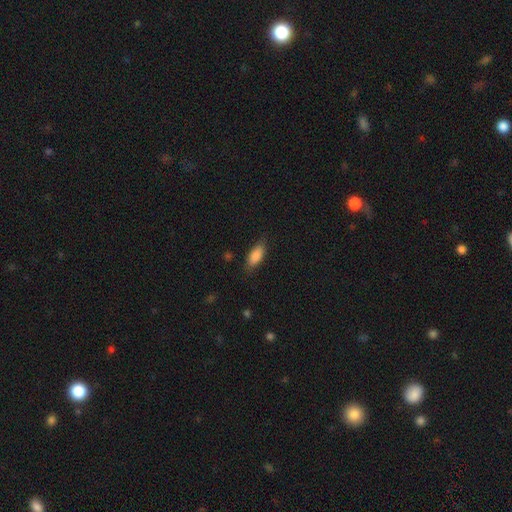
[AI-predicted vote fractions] A smooth galaxy with no disk features (85%) that is in between round and cigar-shaped (82%).

Vote fractions:
- Smooth or featured? smooth: 85% / featured or disk: 8% / star or artifact: 7%
- How rounded? in between: 82% / cigar-shaped: 16% / round: 2%
- Merging? none: 79% / minor disturbance: 16% / major disturbance: 3% / merger: 1%